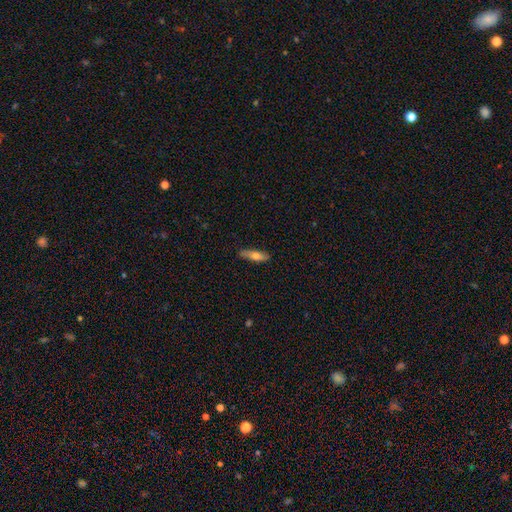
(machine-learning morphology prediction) smooth_or_featured: smooth (p=0.64) [alt: featured or disk p=0.30]
how_rounded: cigar-shaped (p=0.66) [alt: in between p=0.32]
merging: none (p=0.84) [alt: minor disturbance p=0.12]